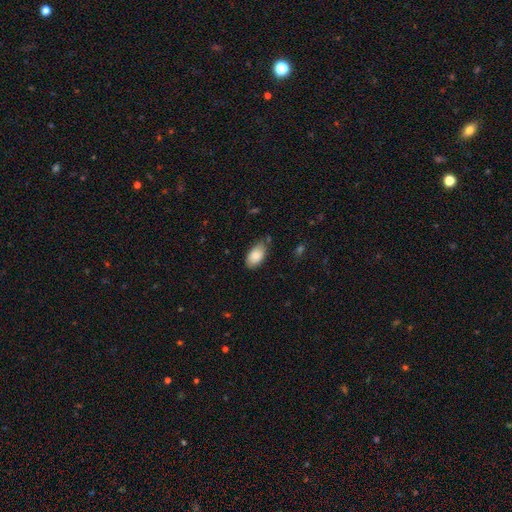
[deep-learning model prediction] A smooth galaxy with no disk features (83%) that is in between round and cigar-shaped (93%).

Vote fractions:
- Smooth or featured? smooth: 83% / featured or disk: 10% / star or artifact: 7%
- How rounded? in between: 93% / round: 5% / cigar-shaped: 2%
- Merging? none: 69% / minor disturbance: 23% / major disturbance: 4% / merger: 3%